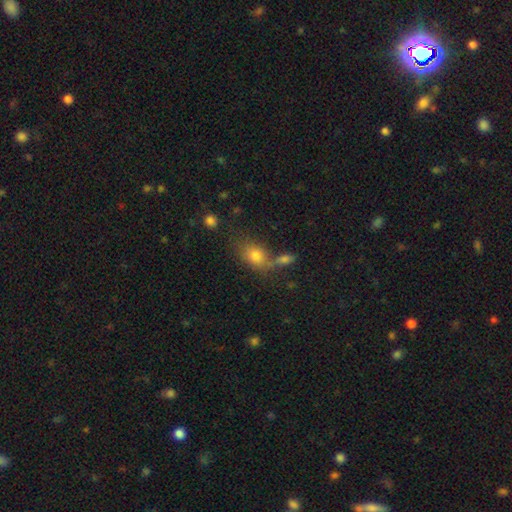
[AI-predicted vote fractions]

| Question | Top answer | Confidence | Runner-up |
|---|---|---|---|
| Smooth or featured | smooth | 76% | featured or disk (12%) |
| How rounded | in between | 72% | round (25%) |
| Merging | none | 50% | merger (27%) |